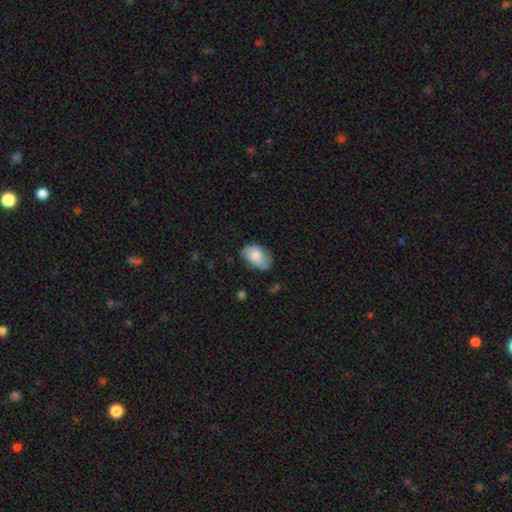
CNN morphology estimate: Smooth or featured: smooth — 79% (featured or disk — 14%)
How rounded: in between — 90% (round — 9%)
Merging: none — 62% (minor disturbance — 29%)